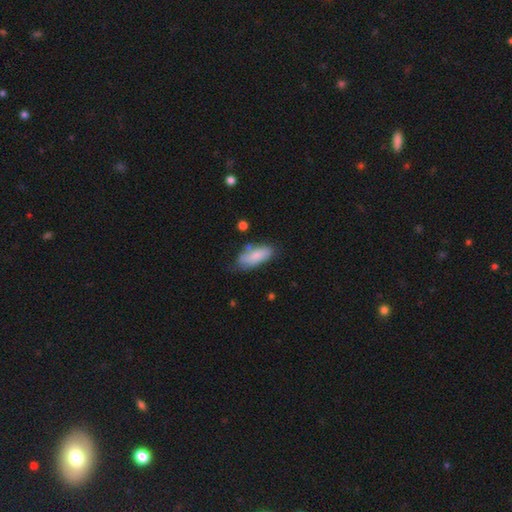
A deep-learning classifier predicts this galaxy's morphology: This is likely a smooth galaxy (77%). How rounded: clearly in between (80%). Merging: possibly none (57%).